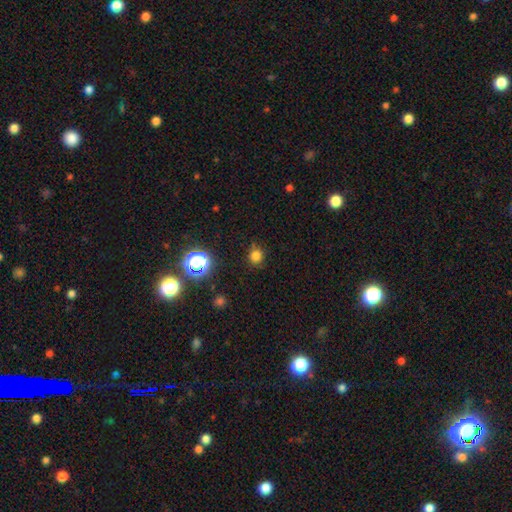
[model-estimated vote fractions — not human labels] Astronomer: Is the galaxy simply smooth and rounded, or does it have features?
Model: smooth — 77%.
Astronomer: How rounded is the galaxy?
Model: round — 89%.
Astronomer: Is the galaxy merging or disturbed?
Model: none — 81%.